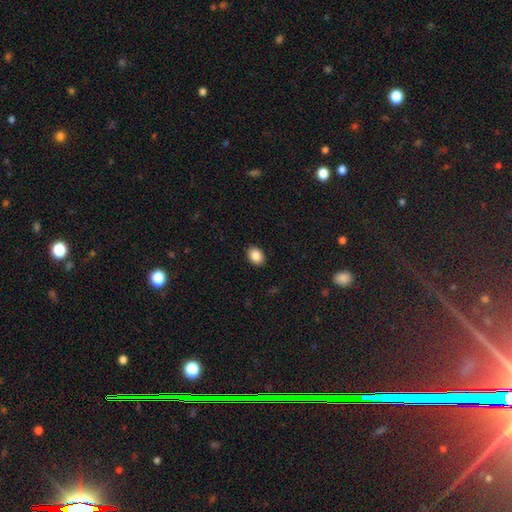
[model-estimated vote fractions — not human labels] A smooth galaxy with no disk features (87%) that is in between round and cigar-shaped (72%). Merging: none (91%).